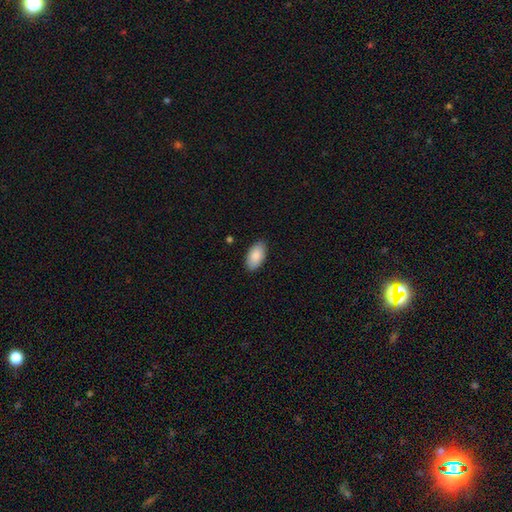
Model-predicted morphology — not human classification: Smooth or featured: smooth — 88% (featured or disk — 6%)
How rounded: in between — 95% (round — 2%)
Merging: none — 88% (minor disturbance — 9%)